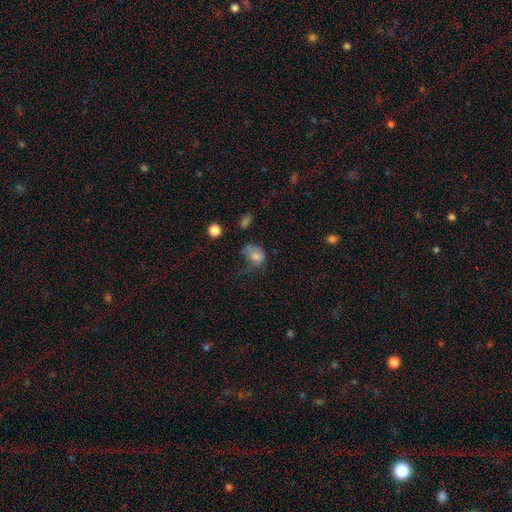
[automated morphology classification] The model was most divided on "merging": major disturbance: 41%, minor disturbance: 29%, none: 25%, merger: 5%. More confident: smooth or featured — smooth (71%); how rounded — in between (59%).